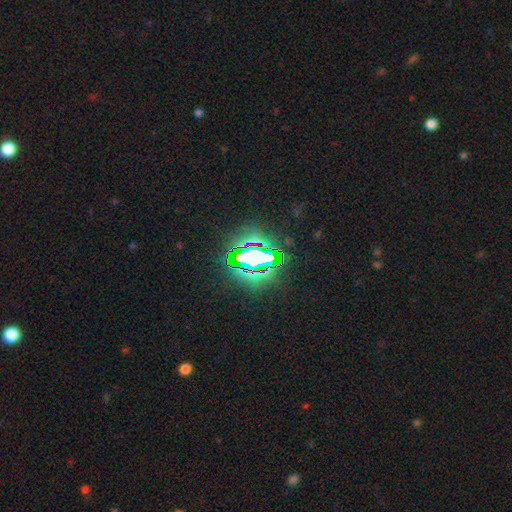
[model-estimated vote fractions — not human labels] smooth_or_featured: star or artifact (p=0.69) [alt: smooth p=0.18]